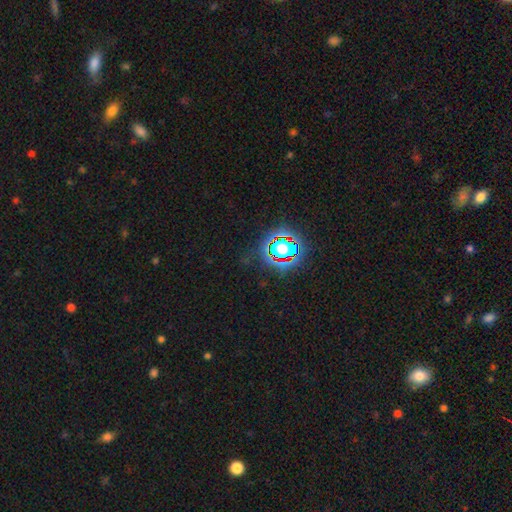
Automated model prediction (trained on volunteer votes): Smooth or featured: star or artifact — 79% (smooth — 12%)